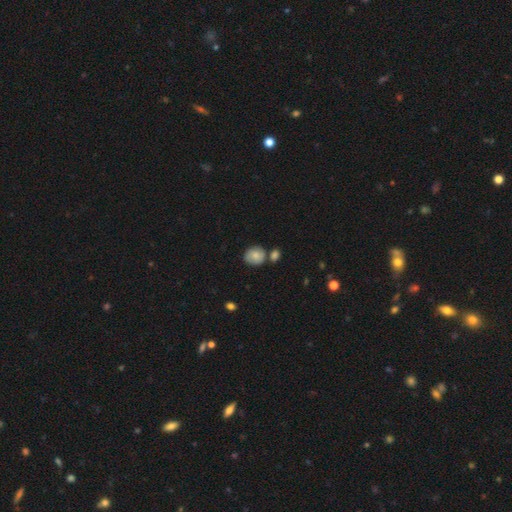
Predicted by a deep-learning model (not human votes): The model was most divided on "merging": none: 63%, merger: 18%, minor disturbance: 15%, major disturbance: 4%. More confident: smooth or featured — smooth (79%); how rounded — round (76%).